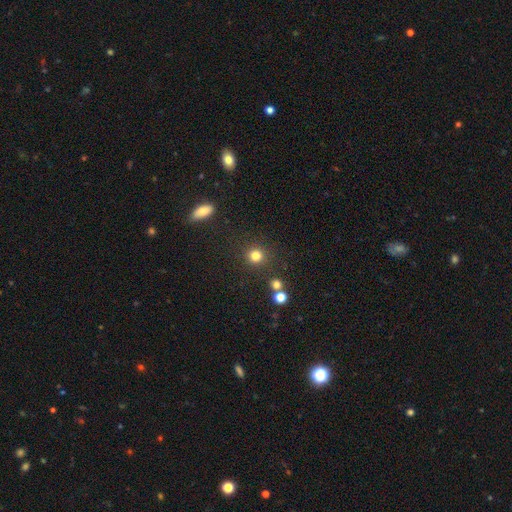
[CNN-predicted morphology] smooth_or_featured: smooth (p=0.82) [alt: star or artifact p=0.13]
how_rounded: round (p=0.91) [alt: in between p=0.08]
merging: none (p=0.86) [alt: minor disturbance p=0.07]